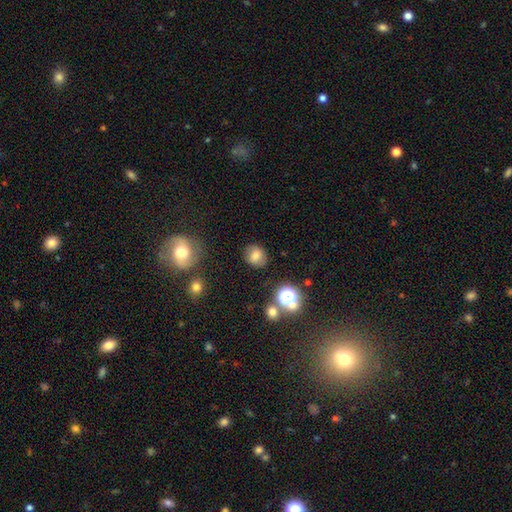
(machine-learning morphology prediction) Smooth or featured?
  - smooth: 75% *
  - star or artifact: 14%
  - featured or disk: 11%
How rounded?
  - round: 69% *
  - in between: 30%
  - cigar-shaped: 1%
Merging?
  - none: 83% *
  - minor disturbance: 11%
  - major disturbance: 3%
  - merger: 3%